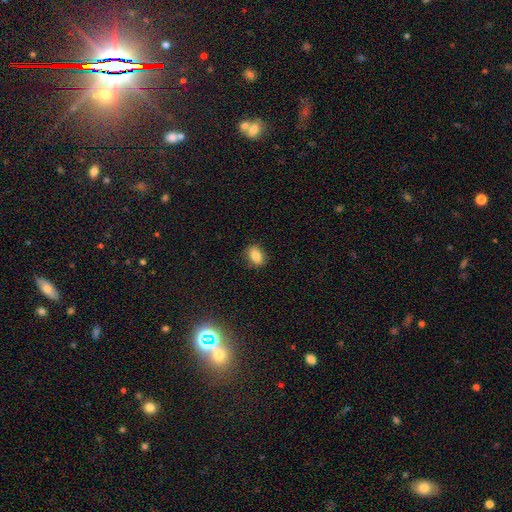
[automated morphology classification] Smooth or featured? Predicted: smooth (p=0.81). How rounded? Predicted: in between (p=0.79). Merging? Predicted: none (p=0.84).